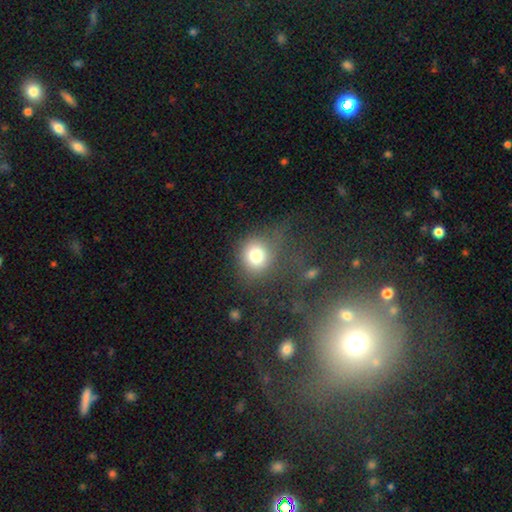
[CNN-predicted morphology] A smooth galaxy with no disk features (78%) that is round (81%).

Vote fractions:
- Smooth or featured? smooth: 78% / star or artifact: 12% / featured or disk: 10%
- How rounded? round: 81% / in between: 18% / cigar-shaped: 1%
- Merging? none: 61% / minor disturbance: 17% / major disturbance: 15% / merger: 7%